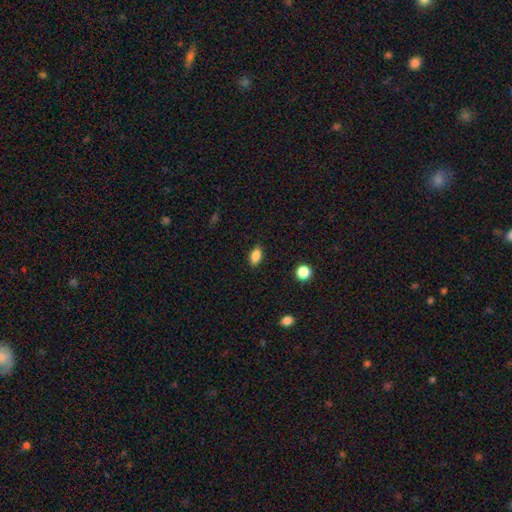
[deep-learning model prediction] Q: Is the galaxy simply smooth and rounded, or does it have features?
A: smooth — 84%.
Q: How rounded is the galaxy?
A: in between — 87%.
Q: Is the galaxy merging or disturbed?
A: none — 88%.